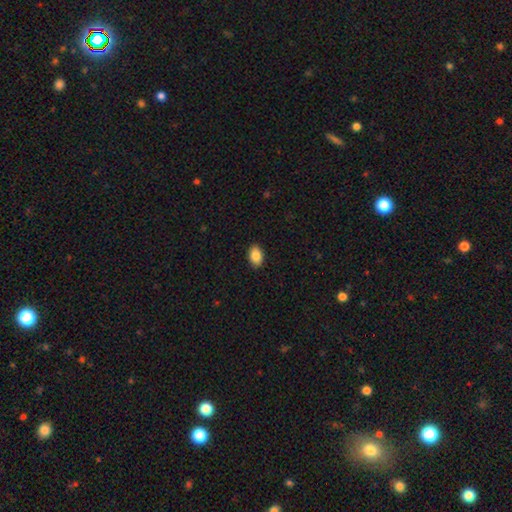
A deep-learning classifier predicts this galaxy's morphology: smooth 87%, star or artifact 7%, featured or disk 5%. Down the decision tree: how rounded — in between (88%); merging — none (90%).